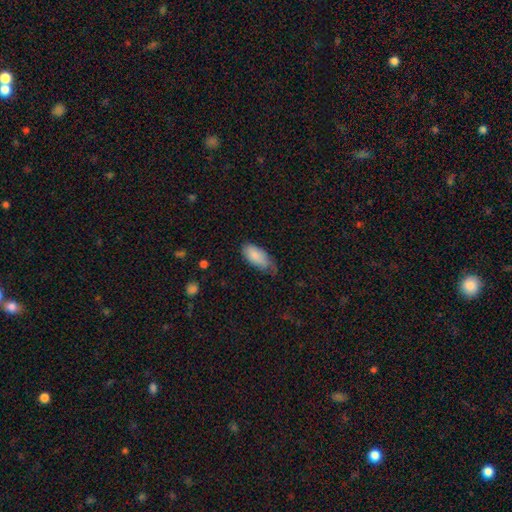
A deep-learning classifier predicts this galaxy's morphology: A smooth galaxy with no disk features (85%) that is in between round and cigar-shaped (90%).

Vote fractions:
- Smooth or featured? smooth: 85% / featured or disk: 8% / star or artifact: 6%
- How rounded? in between: 90% / cigar-shaped: 8% / round: 2%
- Merging? minor disturbance: 44% / none: 41% / major disturbance: 13% / merger: 2%